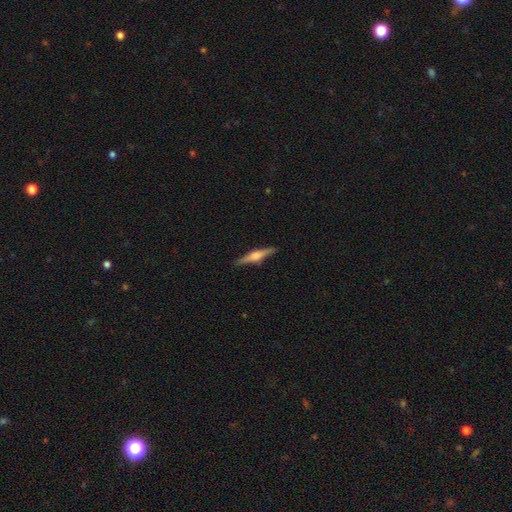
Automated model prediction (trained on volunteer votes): A featured or disk galaxy (71%) viewed edge-on (98%) with a rounded central bulge (81%). Merging: none (90%).